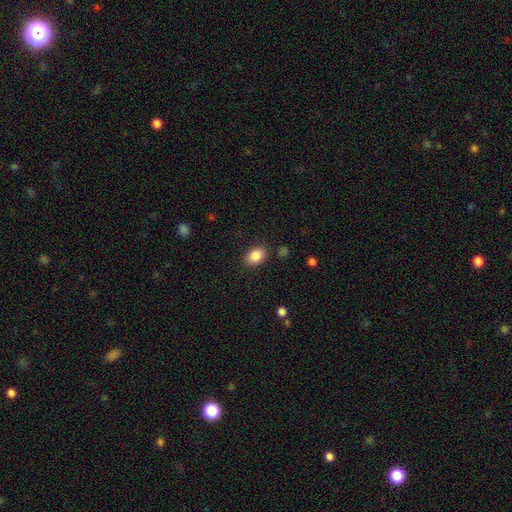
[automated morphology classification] smooth-or-featured: smooth: 86% | star or artifact: 8% | featured or disk: 6%
  how-rounded: in between: 80% | round: 18% | cigar-shaped: 1%
  merging: none: 85% | minor disturbance: 10% | major disturbance: 3% | merger: 2%